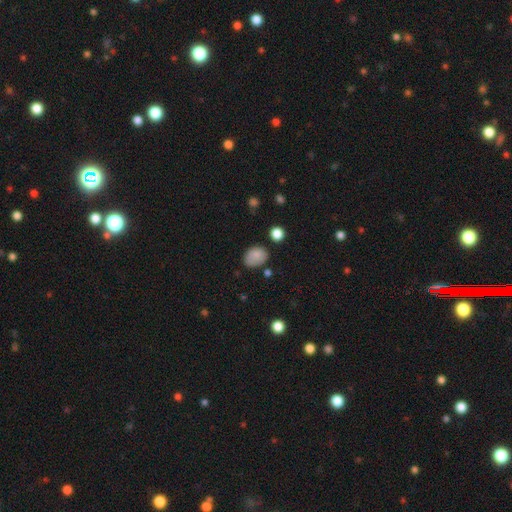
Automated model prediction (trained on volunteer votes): The model was most divided on "how rounded": in between: 72%, round: 27%, cigar-shaped: 1%. More confident: smooth or featured — smooth (83%); merging — none (68%).